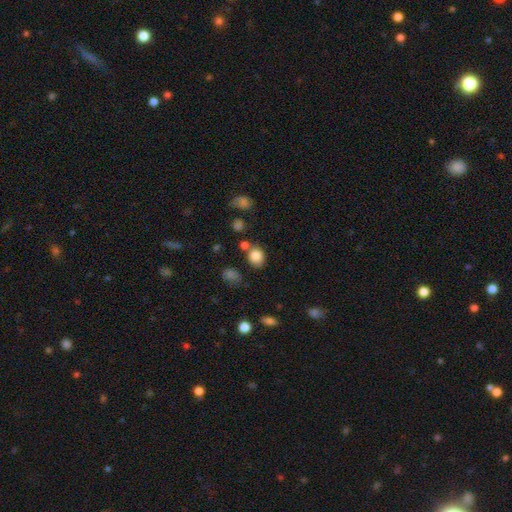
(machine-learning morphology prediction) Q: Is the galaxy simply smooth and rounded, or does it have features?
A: smooth — 83%.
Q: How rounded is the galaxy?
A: round — 55%.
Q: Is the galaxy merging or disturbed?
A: none — 68%.